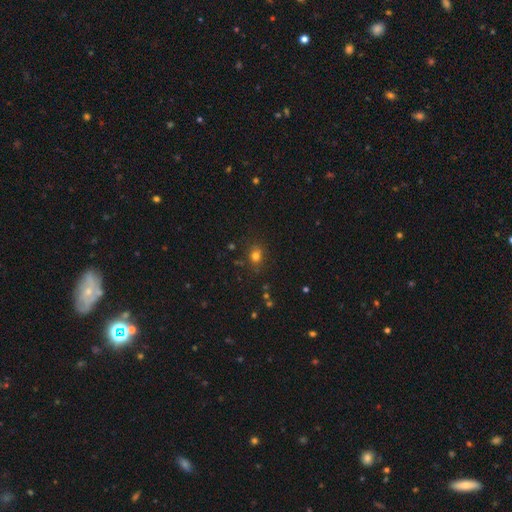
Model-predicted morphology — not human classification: smooth_or_featured: smooth (p=0.76) [alt: star or artifact p=0.17]
how_rounded: round (p=0.65) [alt: in between p=0.34]
merging: none (p=0.80) [alt: minor disturbance p=0.13]